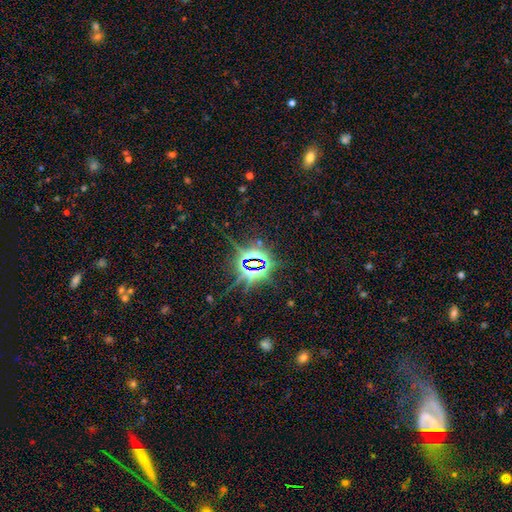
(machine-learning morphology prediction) Smooth or featured: star or artifact — 83% (smooth — 9%)